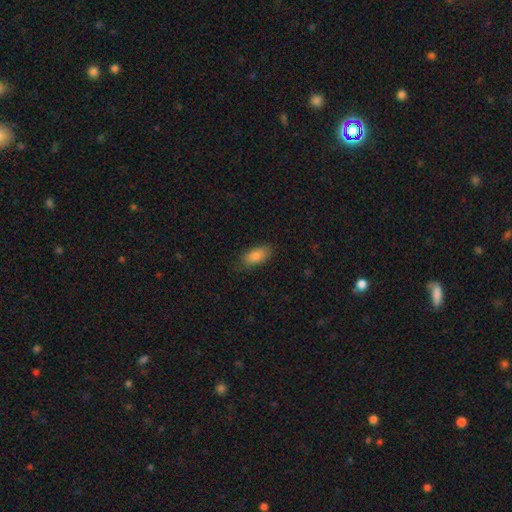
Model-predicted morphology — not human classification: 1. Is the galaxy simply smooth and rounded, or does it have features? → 84% smooth, 8% featured or disk, 8% star or artifact.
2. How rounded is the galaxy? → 86% in between, 11% cigar-shaped, 3% round.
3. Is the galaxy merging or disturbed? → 81% none, 15% minor disturbance, 3% major disturbance, 1% merger.